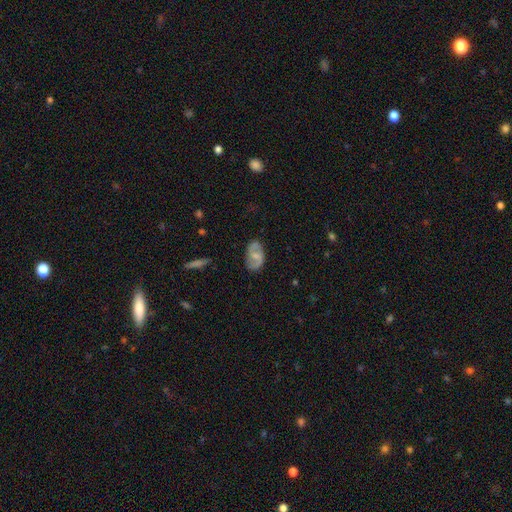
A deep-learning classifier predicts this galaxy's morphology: smooth_or_featured: featured or disk (p=0.61) [alt: smooth p=0.32]
disk_edge_on: no (p=0.96) [alt: yes p=0.04]
bar: weak (p=0.47) [alt: no p=0.41]
has_spiral_arms: yes (p=0.85) [alt: no p=0.15]
bulge_size: small (p=0.41) [alt: moderate p=0.40]
merging: none (p=0.78) [alt: minor disturbance p=0.16]